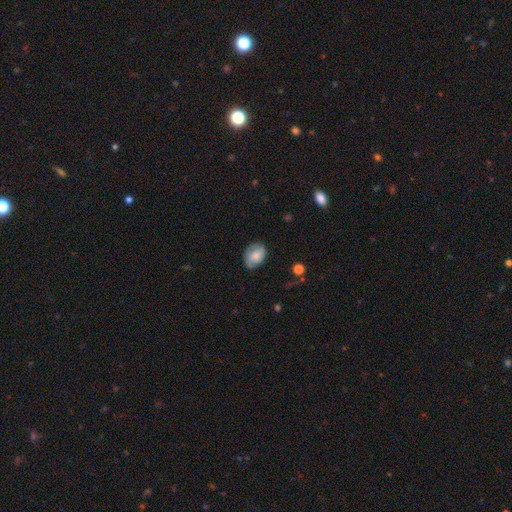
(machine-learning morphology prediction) smooth-or-featured: smooth: 72% | featured or disk: 21% | star or artifact: 7%
  how-rounded: in between: 75% | round: 24% | cigar-shaped: 1%
  merging: none: 71% | minor disturbance: 22% | major disturbance: 5% | merger: 1%